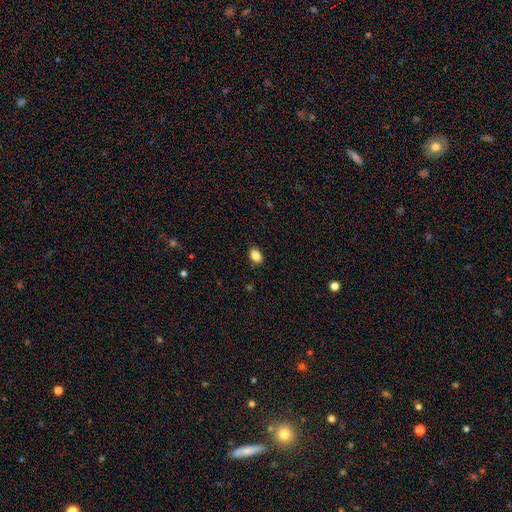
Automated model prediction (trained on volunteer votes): Smooth or featured? Predicted: smooth (p=0.87). How rounded? Predicted: in between (p=0.83). Merging? Predicted: none (p=0.87).